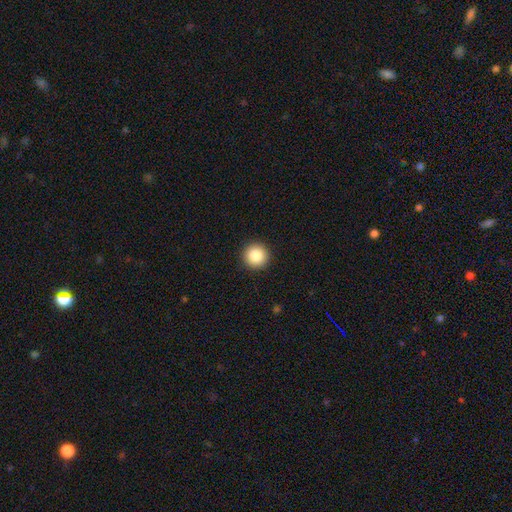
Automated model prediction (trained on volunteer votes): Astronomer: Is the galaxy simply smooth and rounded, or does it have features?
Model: smooth — 87%.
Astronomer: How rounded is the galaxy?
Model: round — 96%.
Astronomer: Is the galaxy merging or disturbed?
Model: none — 93%.